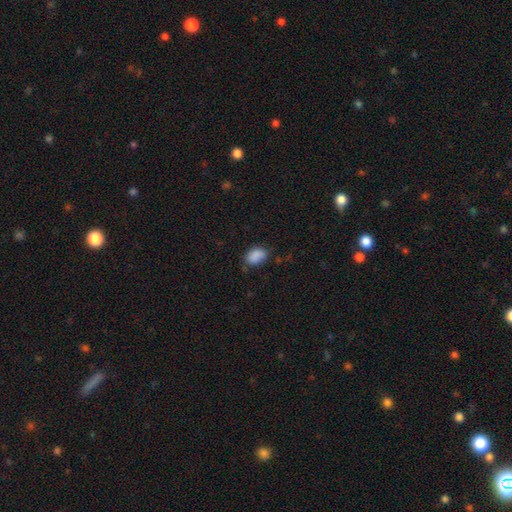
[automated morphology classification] smooth 87%, star or artifact 9%, featured or disk 5%. Down the decision tree: how rounded — in between (82%); merging — none (63%).